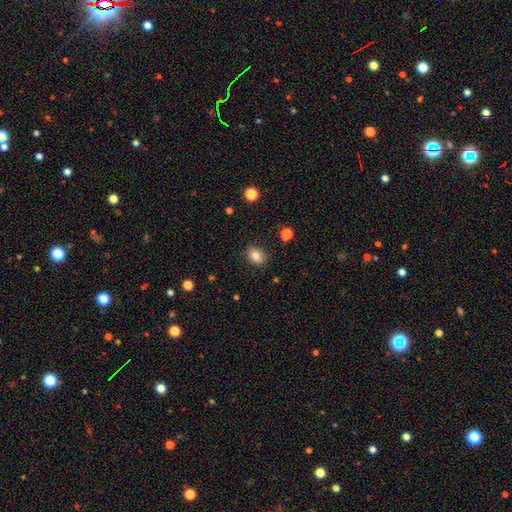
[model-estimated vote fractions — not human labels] smooth-or-featured: smooth: 81% | star or artifact: 10% | featured or disk: 9%
  how-rounded: in between: 69% | round: 30% | cigar-shaped: 1%
  merging: none: 86% | minor disturbance: 10% | major disturbance: 2% | merger: 1%